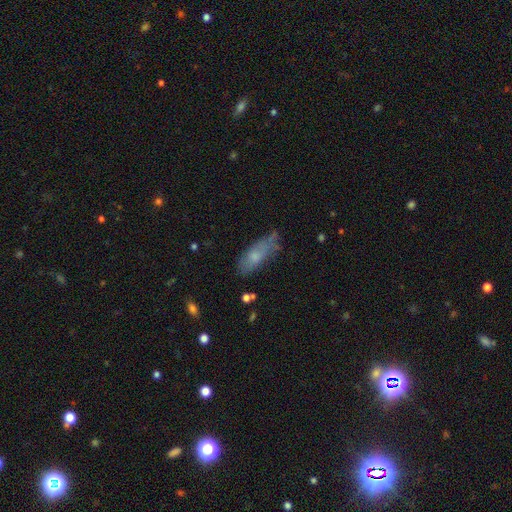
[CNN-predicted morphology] Overall: smooth (65%; featured or disk 28%). How rounded: in between (61%; cigar-shaped 37%). Merging: none (55%; minor disturbance 30%).